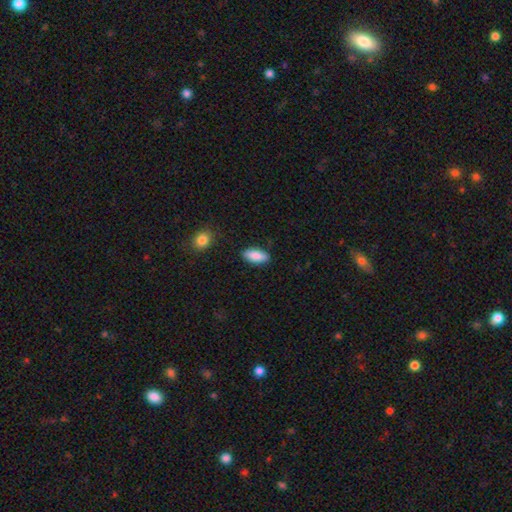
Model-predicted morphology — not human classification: The model was most divided on "how rounded": in between: 84%, cigar-shaped: 14%, round: 2%. More confident: smooth or featured — smooth (86%); merging — none (86%).